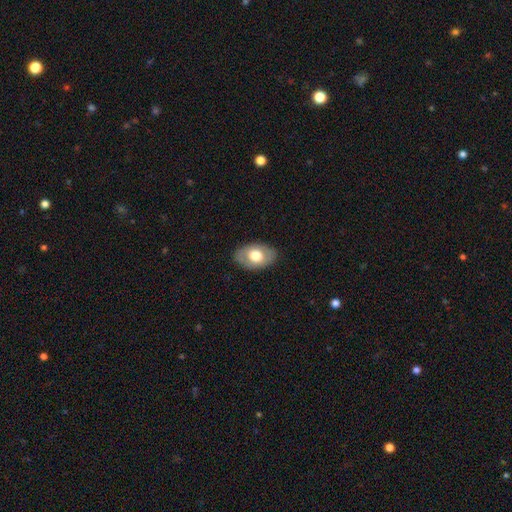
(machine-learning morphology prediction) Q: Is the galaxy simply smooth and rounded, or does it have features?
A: smooth — 62%.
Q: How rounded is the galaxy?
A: in between — 89%.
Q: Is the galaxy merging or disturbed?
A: none — 85%.